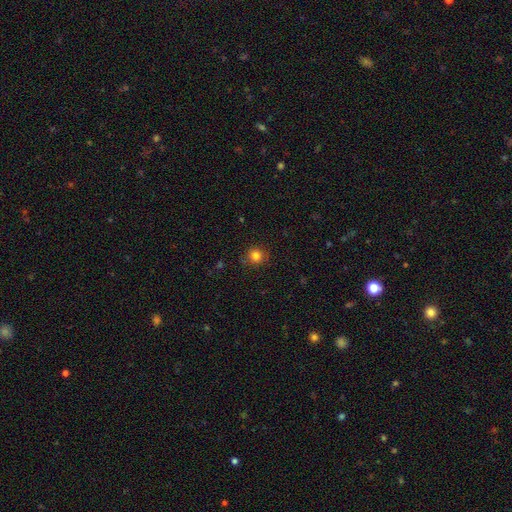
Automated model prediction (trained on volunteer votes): The model was most divided on "smooth or featured": smooth: 82%, star or artifact: 13%, featured or disk: 5%. More confident: how rounded — round (91%); merging — none (87%).